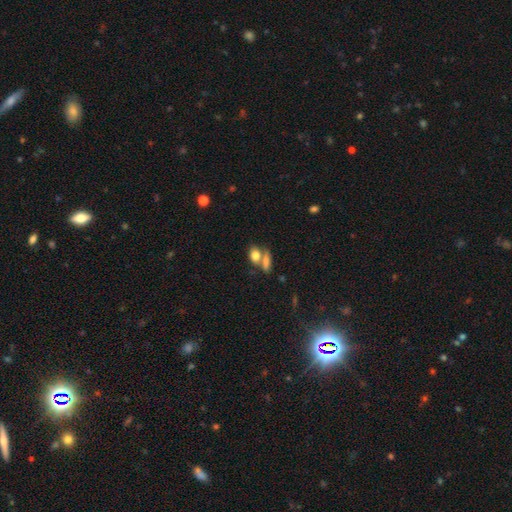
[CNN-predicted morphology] This is likely a smooth galaxy (78%). How rounded: likely in between (72%). Merging: possibly merger (46%).